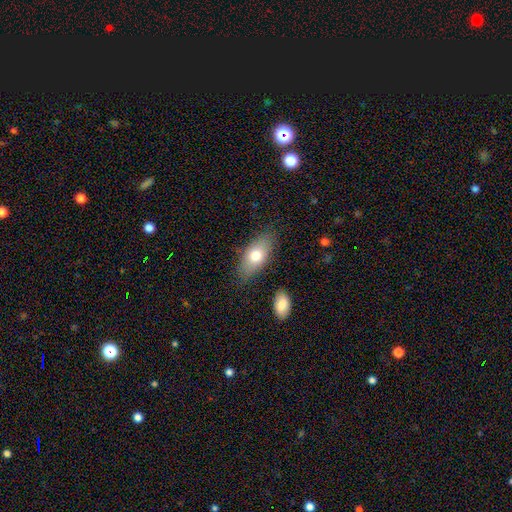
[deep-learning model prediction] Smooth or featured: smooth — 73% (featured or disk — 20%)
How rounded: in between — 87% (cigar-shaped — 8%)
Merging: none — 79% (minor disturbance — 15%)